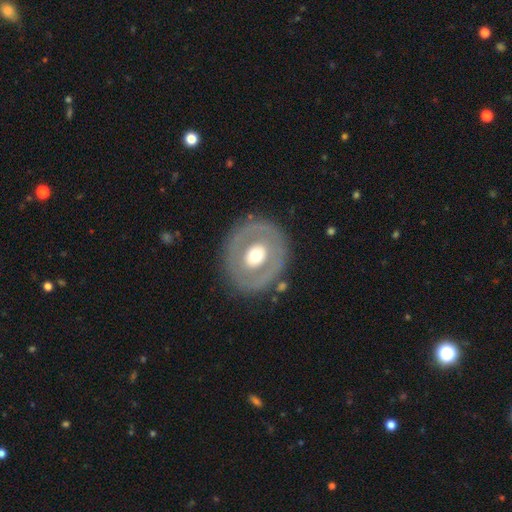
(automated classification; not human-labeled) featured or disk 63%, smooth 31%, star or artifact 6%. Down the decision tree: edge-on disk — no (94%); bar — no (58%); spiral arms — no (76%); bulge size — moderate (71%); merging — none (81%).